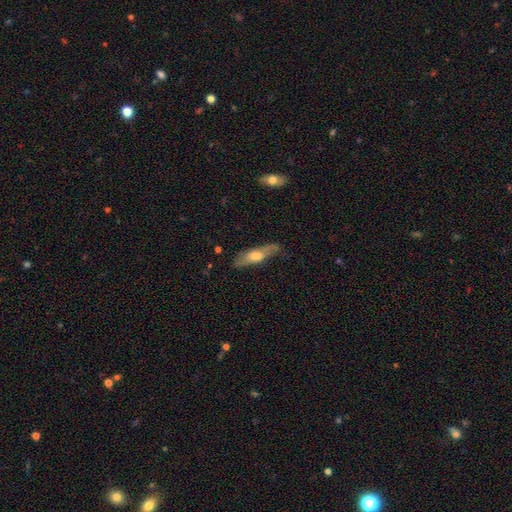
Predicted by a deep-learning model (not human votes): This is possibly a smooth galaxy (52%). How rounded: likely cigar-shaped (66%). Merging: likely none (69%).